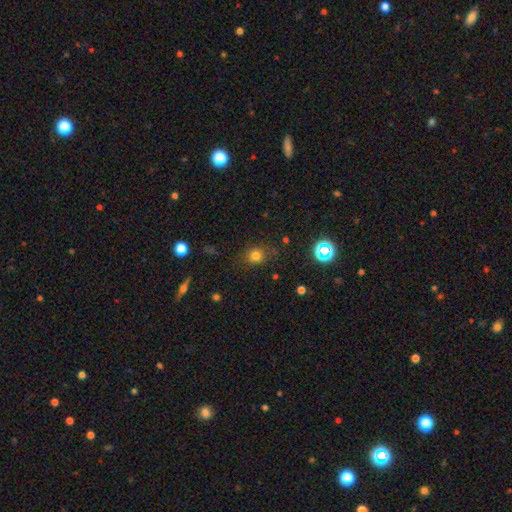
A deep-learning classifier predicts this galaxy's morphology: Smooth or featured: smooth — 75% (star or artifact — 18%)
How rounded: round — 78% (in between — 20%)
Merging: none — 78% (minor disturbance — 15%)